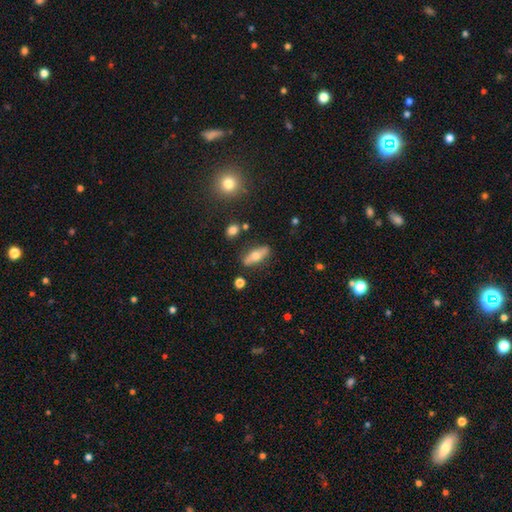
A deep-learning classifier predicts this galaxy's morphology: Overall: smooth (50%; featured or disk 42%). How rounded: cigar-shaped (48%, tied with in between). Merging: none (83%).